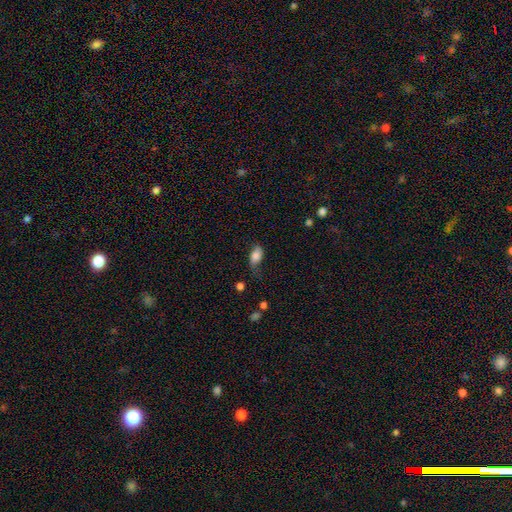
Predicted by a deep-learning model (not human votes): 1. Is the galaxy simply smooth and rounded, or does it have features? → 80% smooth, 12% featured or disk, 8% star or artifact.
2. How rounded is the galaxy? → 90% in between, 6% round, 4% cigar-shaped.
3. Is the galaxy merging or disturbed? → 52% none, 34% minor disturbance, 12% major disturbance, 2% merger.